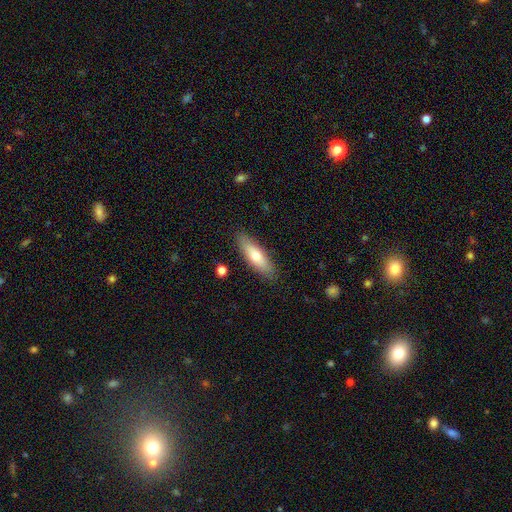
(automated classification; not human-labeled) This appears to be a smooth galaxy with no disk features (66%) that is cigar-shaped (55%). Merging: none (88%).